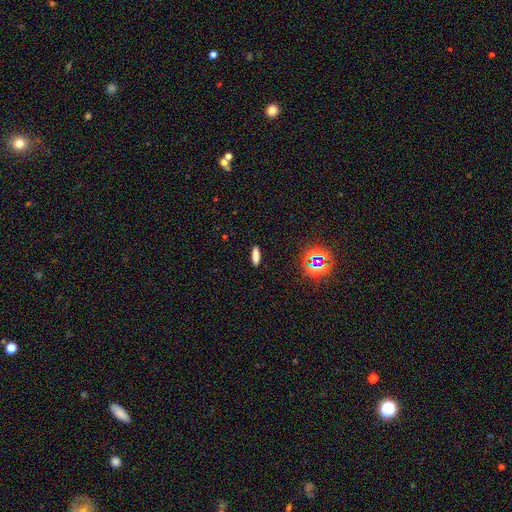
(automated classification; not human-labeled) Smooth or featured: smooth — 75% (star or artifact — 17%)
How rounded: cigar-shaped — 60% (in between — 37%)
Merging: none — 89% (minor disturbance — 7%)